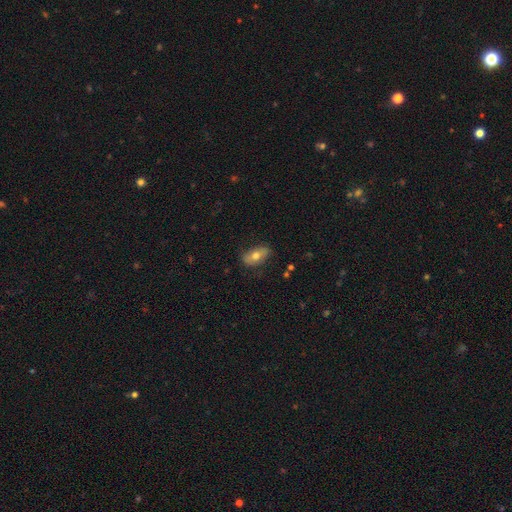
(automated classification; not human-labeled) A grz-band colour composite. It shows a smooth galaxy with no disk features (63%) that is in between round and cigar-shaped (86%). Merging: none (77%).